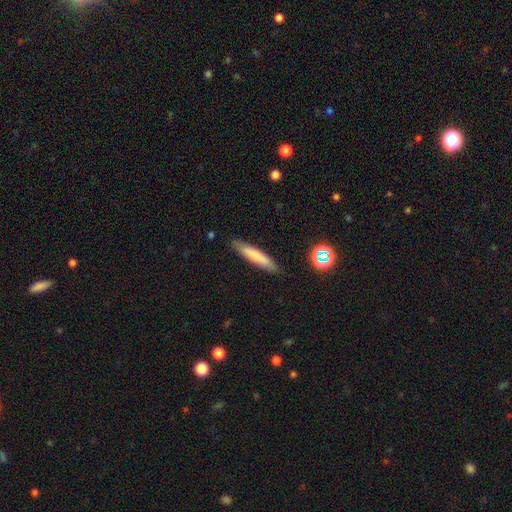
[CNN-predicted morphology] smooth-or-featured: smooth: 72% | featured or disk: 20% | star or artifact: 7%
  how-rounded: cigar-shaped: 89% | in between: 10% | round: 1%
  merging: none: 87% | minor disturbance: 10% | major disturbance: 2% | merger: 1%